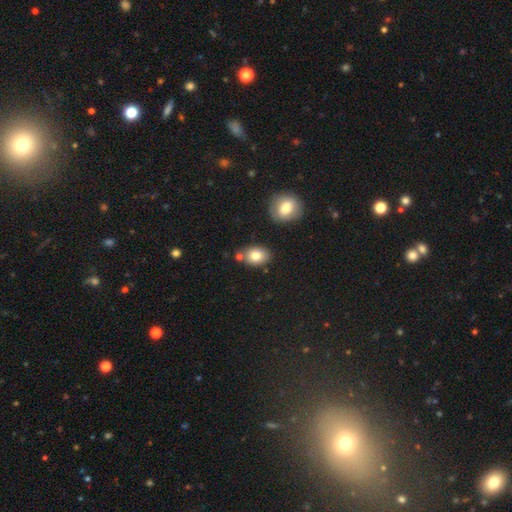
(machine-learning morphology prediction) The model was most divided on "how rounded": in between: 71%, round: 28%, cigar-shaped: 1%. More confident: smooth or featured — smooth (80%); merging — none (74%).